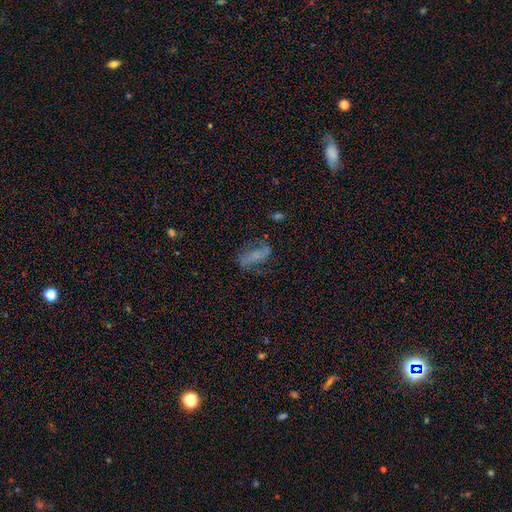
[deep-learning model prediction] Q: Smooth or featured?
A: featured or disk (46%); runner-up: smooth (40%)
Q: Merging?
A: none (56%); runner-up: minor disturbance (22%)